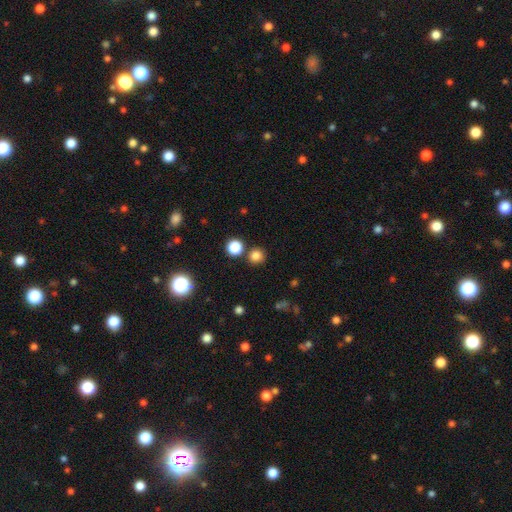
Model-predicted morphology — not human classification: type=smooth (81%); roundness=round (92%); merging=none (82%).